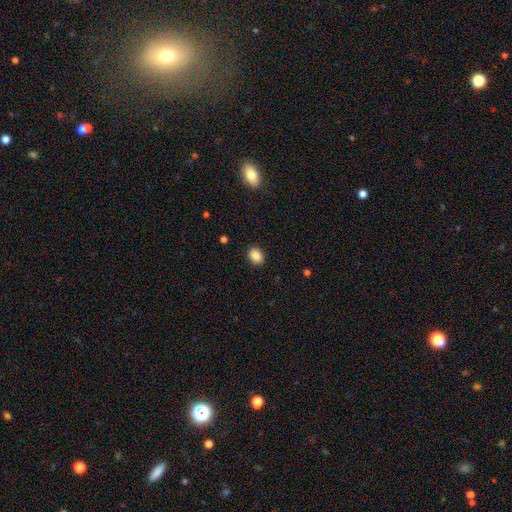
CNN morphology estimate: Q: Smooth or featured?
A: smooth (87%); runner-up: star or artifact (9%)
Q: How rounded?
A: in between (64%); runner-up: round (35%)
Q: Merging?
A: none (89%); runner-up: minor disturbance (8%)